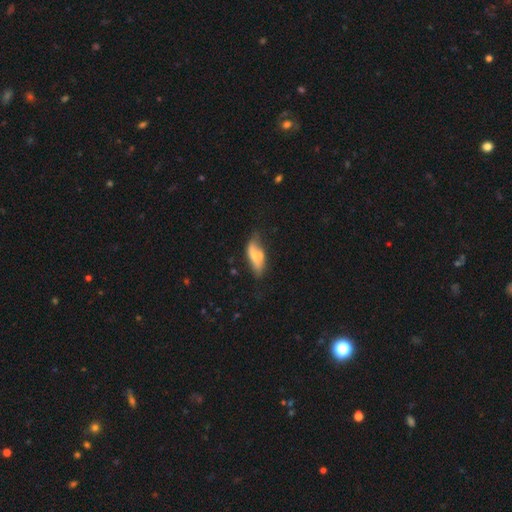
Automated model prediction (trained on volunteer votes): The model was most divided on "smooth or featured": smooth: 52%, featured or disk: 41%, star or artifact: 8%. Remaining: how rounded — in between (70%); merging — none (43%).